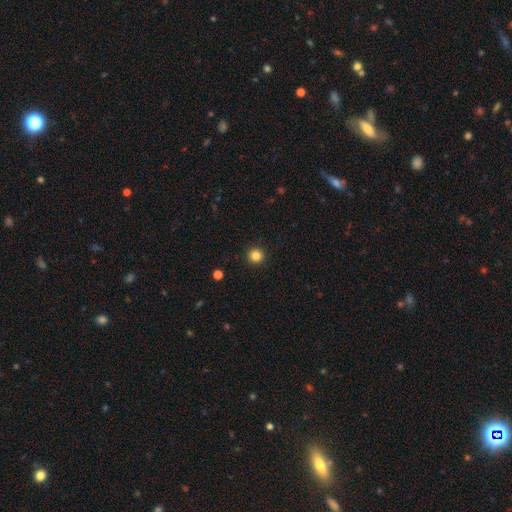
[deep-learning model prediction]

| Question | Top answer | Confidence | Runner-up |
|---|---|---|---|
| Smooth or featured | smooth | 84% | star or artifact (12%) |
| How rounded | round | 96% | in between (3%) |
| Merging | none | 93% | minor disturbance (4%) |